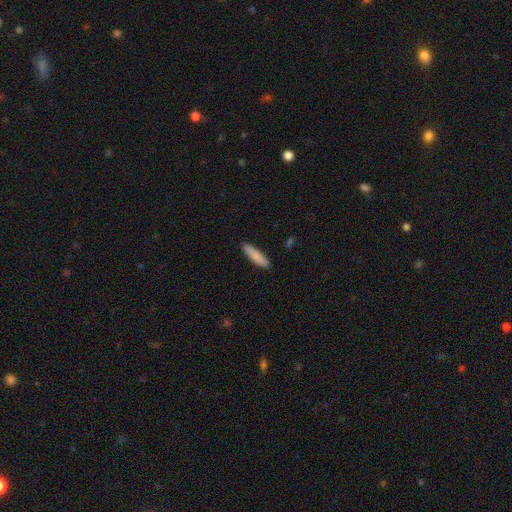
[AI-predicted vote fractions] Morphology: type=smooth (86%); roundness=cigar-shaped (79%); merging=none (89%).